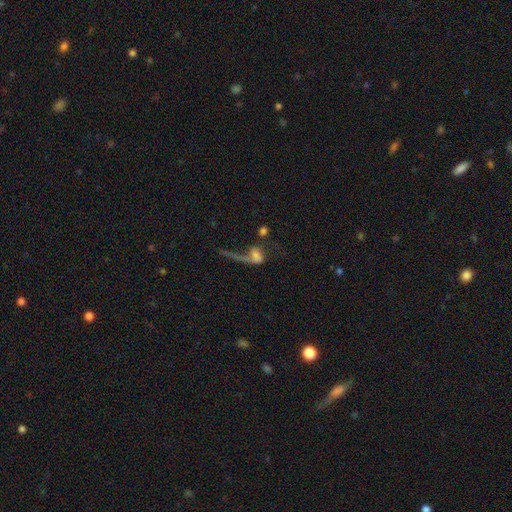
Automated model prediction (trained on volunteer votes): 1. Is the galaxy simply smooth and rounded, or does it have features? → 49% featured or disk, 38% smooth, 12% star or artifact.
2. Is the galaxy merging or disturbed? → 46% major disturbance, 26% merger, 19% none, 9% minor disturbance.